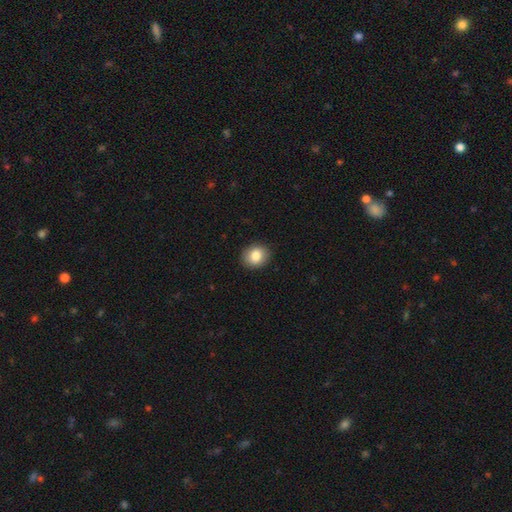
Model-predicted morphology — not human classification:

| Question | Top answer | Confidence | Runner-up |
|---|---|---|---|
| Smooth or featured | smooth | 84% | star or artifact (9%) |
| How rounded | round | 68% | in between (31%) |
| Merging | none | 90% | minor disturbance (7%) |